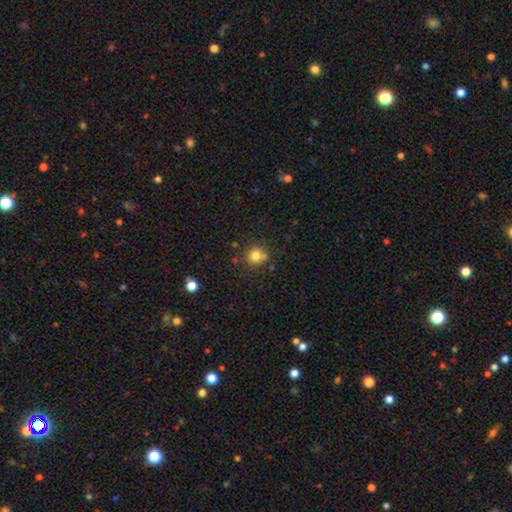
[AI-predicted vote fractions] smooth_or_featured: smooth (p=0.78) [alt: star or artifact p=0.13]
how_rounded: round (p=0.88) [alt: in between p=0.11]
merging: none (p=0.70) [alt: merger p=0.13]